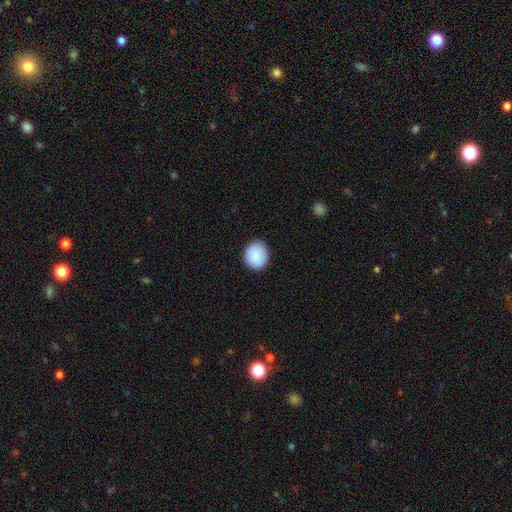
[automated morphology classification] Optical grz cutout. It shows a smooth galaxy with no disk features (87%) that is round (76%). Merging: none (86%).